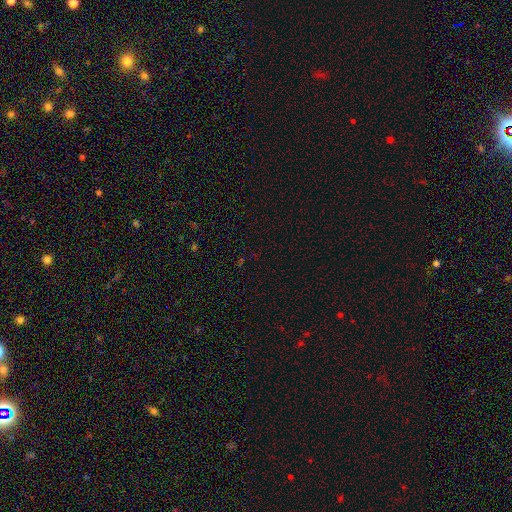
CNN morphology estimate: Q: Smooth or featured?
A: star or artifact (69%); runner-up: smooth (23%)